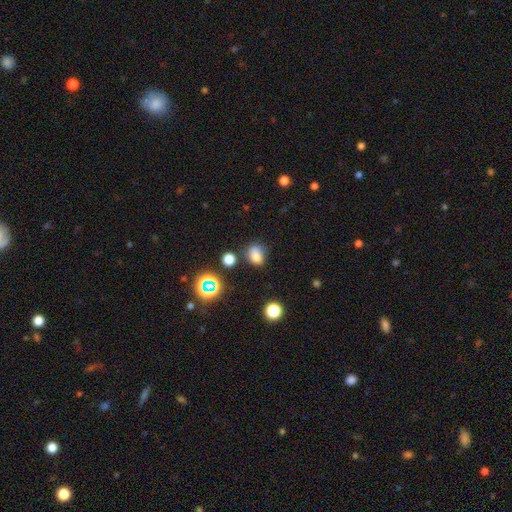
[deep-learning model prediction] A smooth galaxy with no disk features (75%) that is in between round and cigar-shaped (58%).

Vote fractions:
- Smooth or featured? smooth: 75% / star or artifact: 16% / featured or disk: 8%
- How rounded? in between: 58% / round: 41% / cigar-shaped: 1%
- Merging? none: 66% / minor disturbance: 20% / merger: 8% / major disturbance: 6%